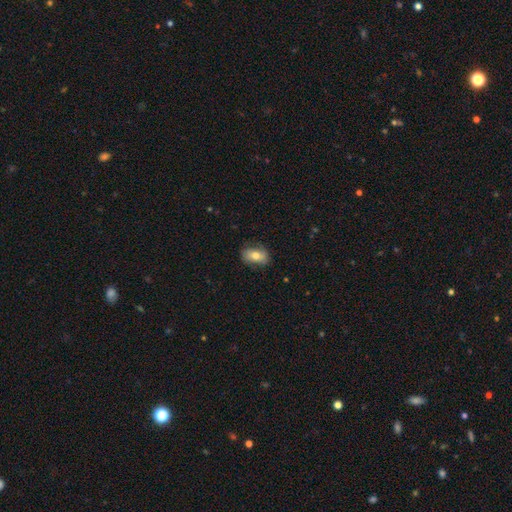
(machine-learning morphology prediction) smooth_or_featured: smooth (p=0.68) [alt: featured or disk p=0.25]
how_rounded: in between (p=0.85) [alt: round p=0.12]
merging: none (p=0.75) [alt: minor disturbance p=0.19]